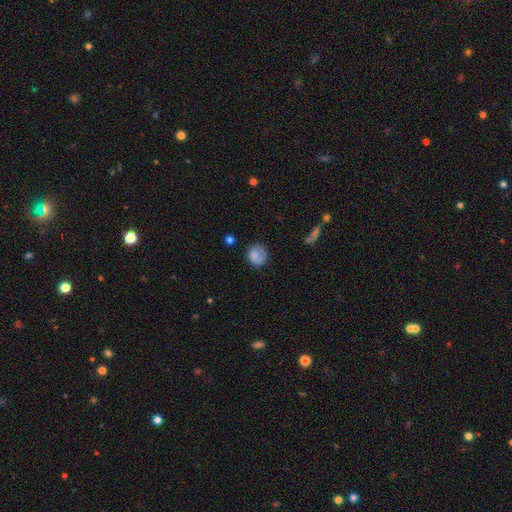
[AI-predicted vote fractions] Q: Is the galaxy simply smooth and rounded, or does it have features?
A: smooth — 78%.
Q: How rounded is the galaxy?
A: round — 77%.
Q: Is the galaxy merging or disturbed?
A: none — 63%.